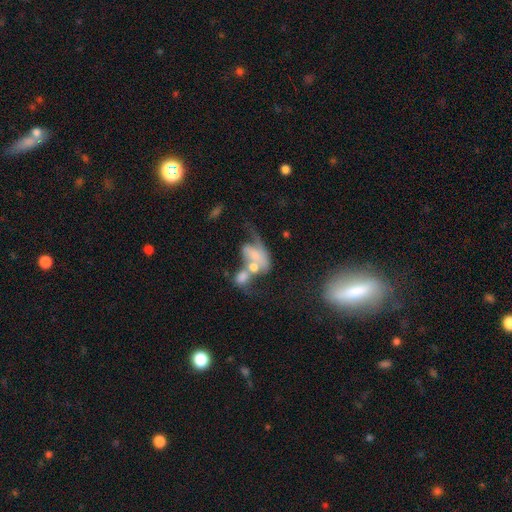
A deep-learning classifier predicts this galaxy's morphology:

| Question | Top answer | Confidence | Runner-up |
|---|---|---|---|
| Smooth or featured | featured or disk | 46% | smooth (43%) |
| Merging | merger | 59% | major disturbance (22%) |